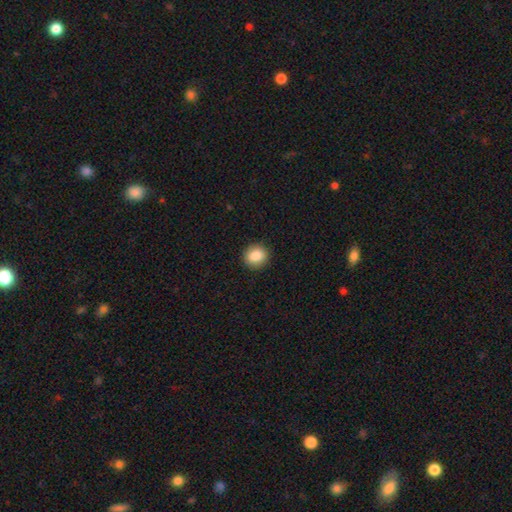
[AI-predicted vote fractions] Smooth or featured? Predicted: smooth (p=0.87). How rounded? Predicted: round (p=0.83). Merging? Predicted: none (p=0.91).